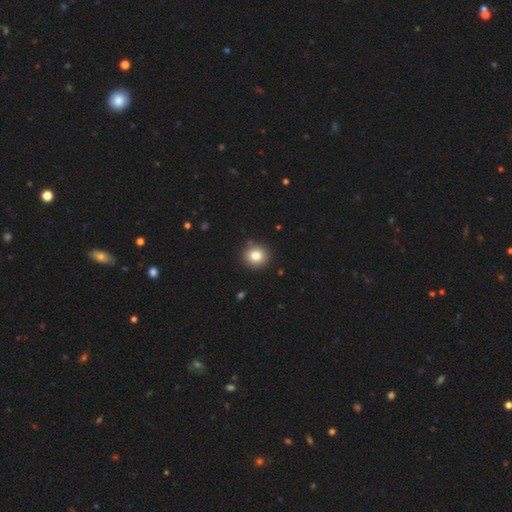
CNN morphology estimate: type=smooth (83%); roundness=round (88%); merging=none (90%).